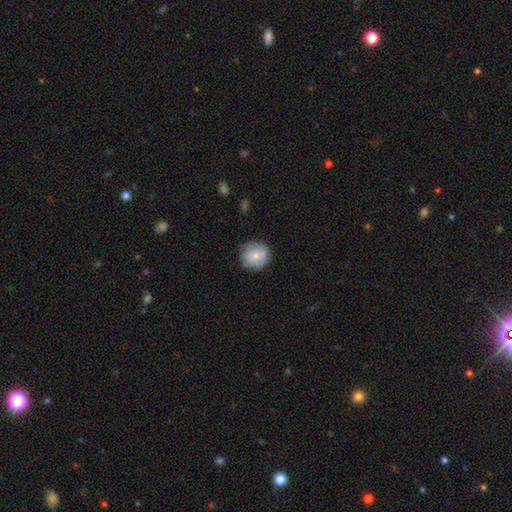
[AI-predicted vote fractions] A smooth galaxy with no disk features (70%) that is round (94%).

Vote fractions:
- Smooth or featured? smooth: 70% / featured or disk: 23% / star or artifact: 7%
- How rounded? round: 94% / in between: 5% / cigar-shaped: 1%
- Merging? none: 83% / minor disturbance: 13% / major disturbance: 3% / merger: 1%